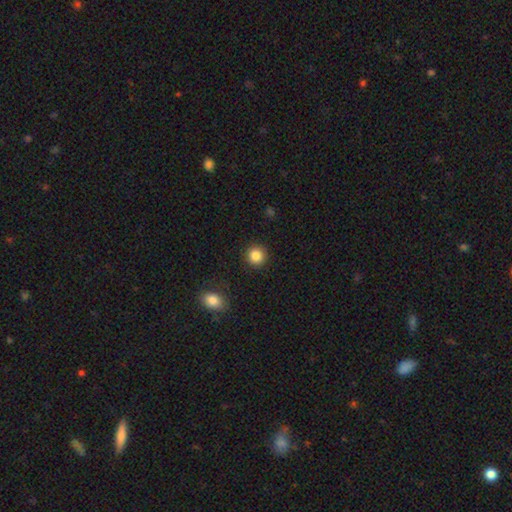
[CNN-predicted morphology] This is clearly a smooth galaxy (85%). How rounded: clearly round (94%). Merging: clearly none (92%).